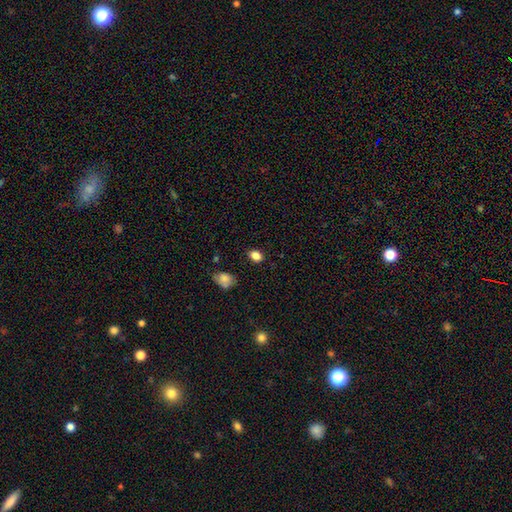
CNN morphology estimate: The model was most divided on "how rounded": in between: 76%, round: 23%, cigar-shaped: 1%. More confident: smooth or featured — smooth (86%); merging — none (85%).